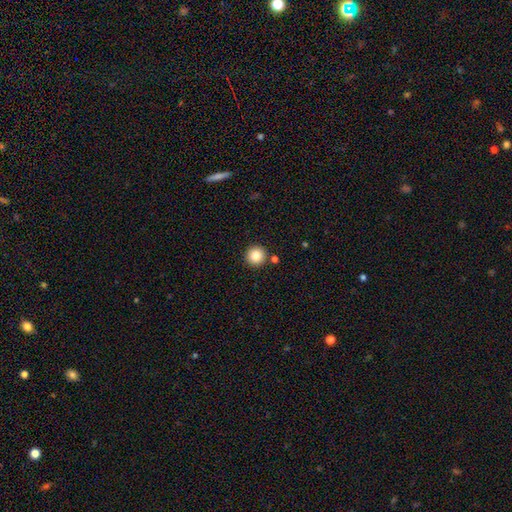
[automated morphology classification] Smooth or featured? smooth (86%)
How rounded? round (96%)
Merging? none (89%)